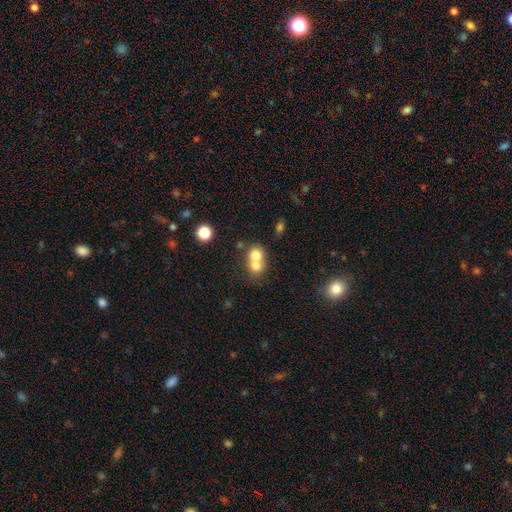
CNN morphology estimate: A smooth galaxy with no disk features (72%) that is round (73%). Merging: merger (68%).